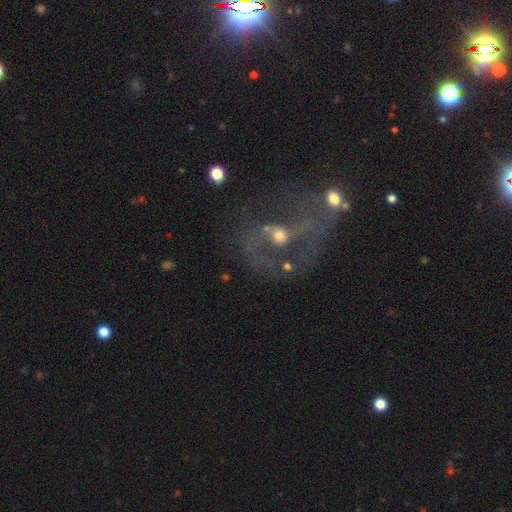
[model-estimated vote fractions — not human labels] Smooth or featured? Predicted: featured or disk (p=0.65). Edge-on disk? Predicted: no (p=0.95). Bar? Predicted: no (p=0.42). Spiral arms? Predicted: yes (p=0.64). Bulge size? Predicted: small (p=0.56). Merging? Predicted: none (p=0.45).